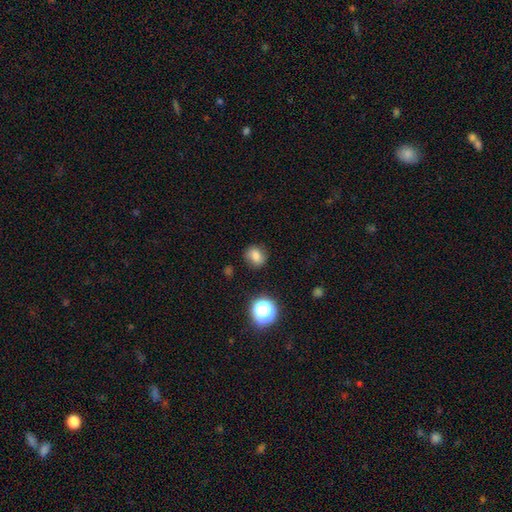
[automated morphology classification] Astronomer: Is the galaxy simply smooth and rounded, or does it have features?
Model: smooth — 76%.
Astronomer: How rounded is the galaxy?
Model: round — 67%.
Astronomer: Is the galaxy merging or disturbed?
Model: none — 79%.